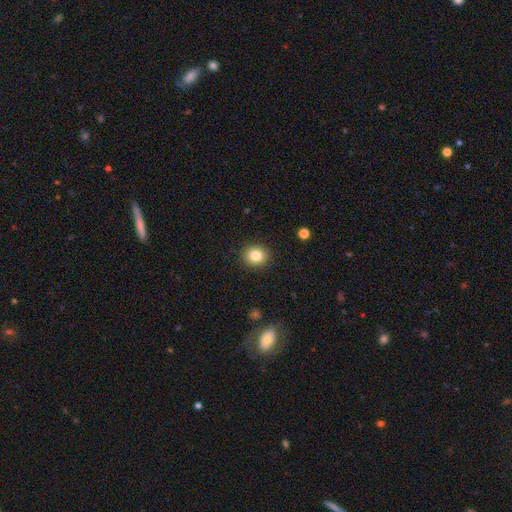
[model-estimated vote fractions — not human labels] smooth 83%, star or artifact 10%, featured or disk 7%. Down the decision tree: how rounded — round (84%); merging — none (91%).